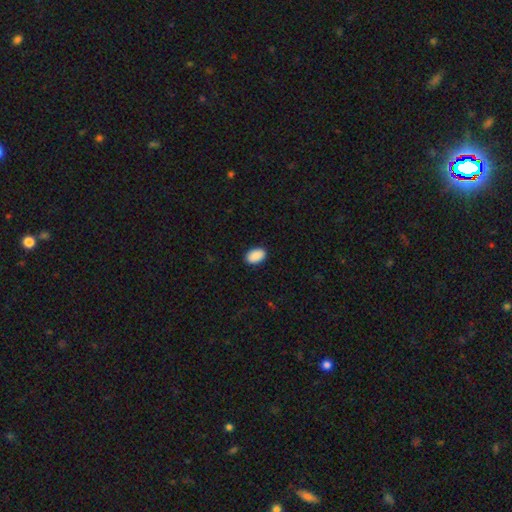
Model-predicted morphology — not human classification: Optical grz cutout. It shows a smooth galaxy with no disk features (91%) that is in between round and cigar-shaped (91%). Merging: none (90%).